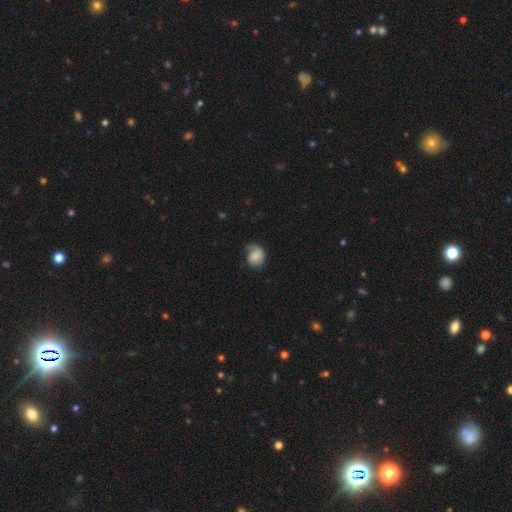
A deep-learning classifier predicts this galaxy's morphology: The model was most divided on "merging": none: 46%, minor disturbance: 37%, major disturbance: 16%, merger: 2%. More confident: smooth or featured — smooth (74%); how rounded — round (55%).